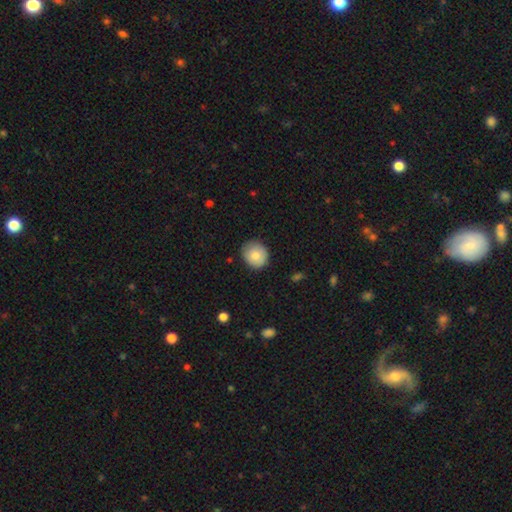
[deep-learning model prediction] Overall: smooth (82%). How rounded: round (82%). Merging: none (84%).